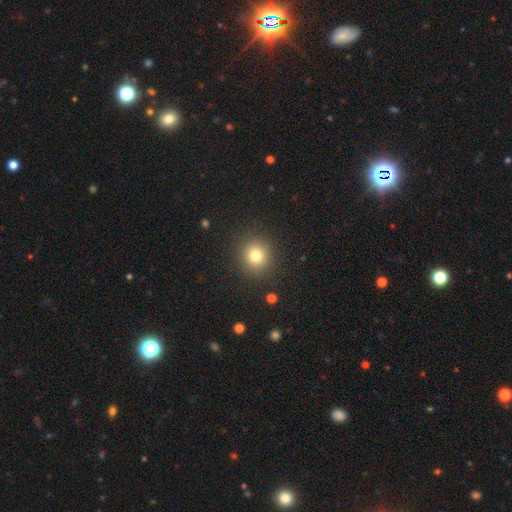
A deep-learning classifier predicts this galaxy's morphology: Smooth or featured: smooth — 79% (star or artifact — 13%)
How rounded: round — 88% (in between — 11%)
Merging: none — 89% (minor disturbance — 7%)